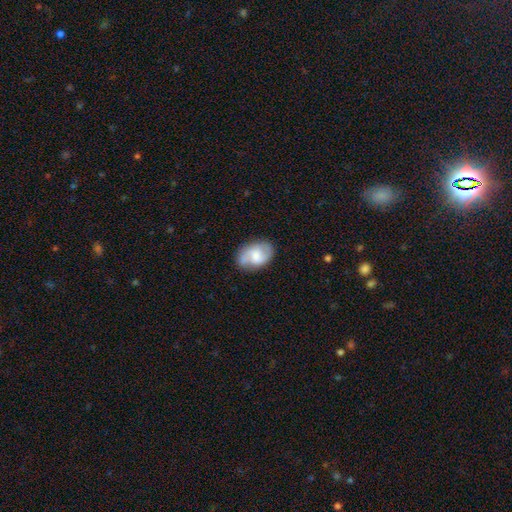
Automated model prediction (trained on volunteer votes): This appears to be a featured or disk galaxy (59%) with no bar (48%), spiral arms (87%) and a moderate central bulge (39%). Merging: none (69%).